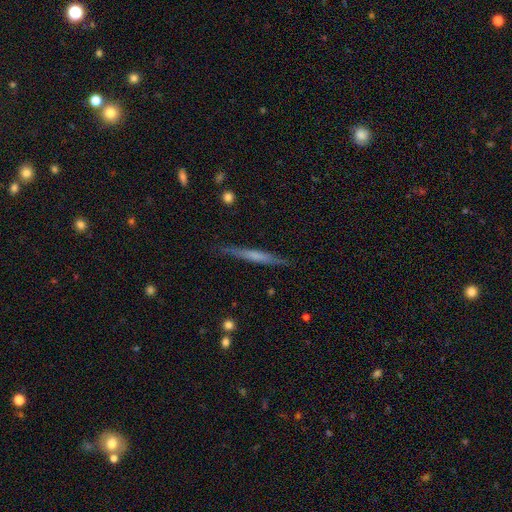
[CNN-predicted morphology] A featured or disk galaxy (48%). Merging: none (84%).